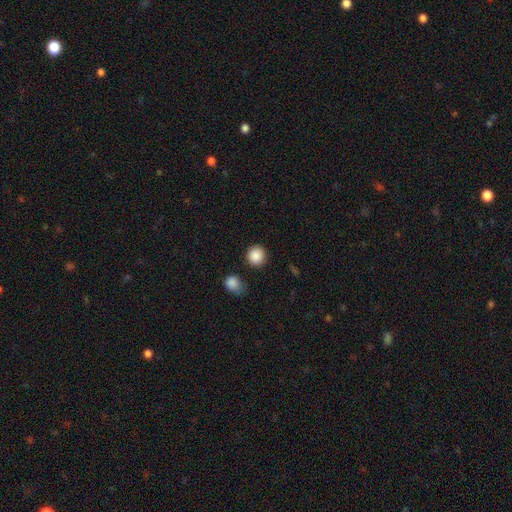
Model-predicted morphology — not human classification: Smooth or featured? Predicted: smooth (p=0.89). How rounded? Predicted: round (p=0.92). Merging? Predicted: none (p=0.85).